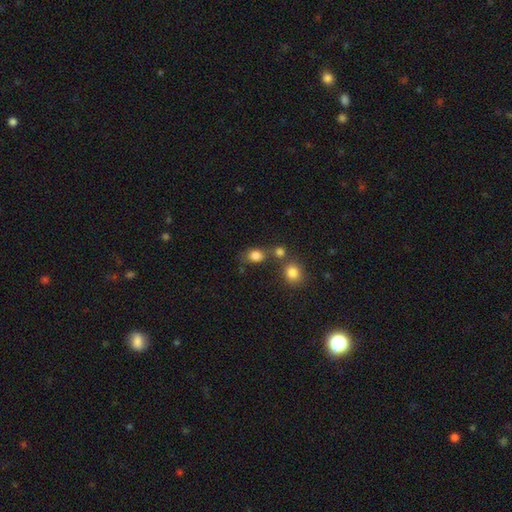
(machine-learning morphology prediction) Smooth or featured?
  - smooth: 82% *
  - star or artifact: 12%
  - featured or disk: 6%
How rounded?
  - in between: 52% *
  - round: 46%
  - cigar-shaped: 2%
Merging?
  - none: 57% *
  - merger: 24%
  - minor disturbance: 13%
  - major disturbance: 6%